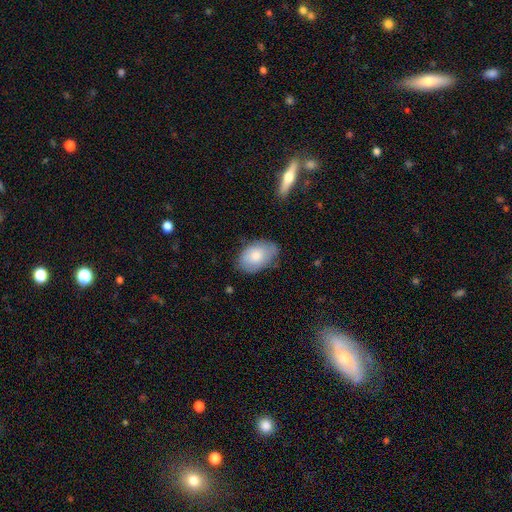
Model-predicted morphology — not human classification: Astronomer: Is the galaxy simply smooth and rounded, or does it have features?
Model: smooth — 77%.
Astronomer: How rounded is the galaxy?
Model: in between — 89%.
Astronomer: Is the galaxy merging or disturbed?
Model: none — 69%.